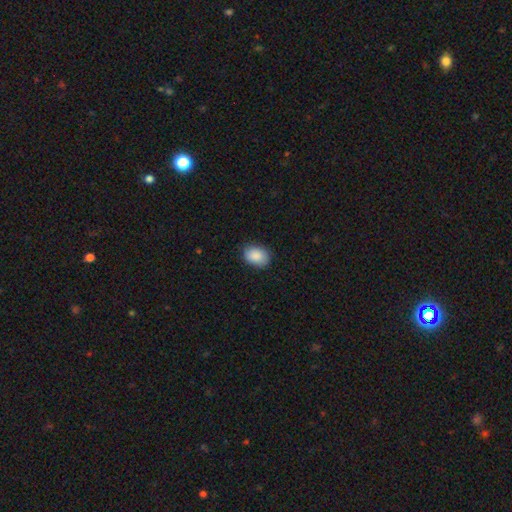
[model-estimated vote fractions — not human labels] Smooth or featured? Predicted: smooth (p=0.89). How rounded? Predicted: in between (p=0.76). Merging? Predicted: none (p=0.83).